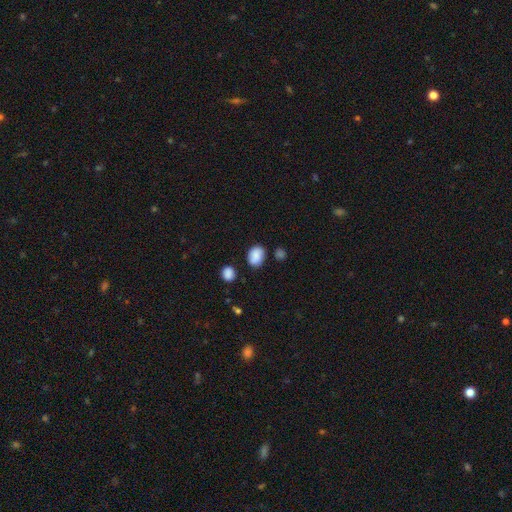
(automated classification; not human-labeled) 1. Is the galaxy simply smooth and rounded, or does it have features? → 86% smooth, 9% star or artifact, 6% featured or disk.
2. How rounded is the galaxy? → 68% in between, 31% round, 1% cigar-shaped.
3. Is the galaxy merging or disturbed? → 75% none, 16% minor disturbance, 5% merger, 4% major disturbance.